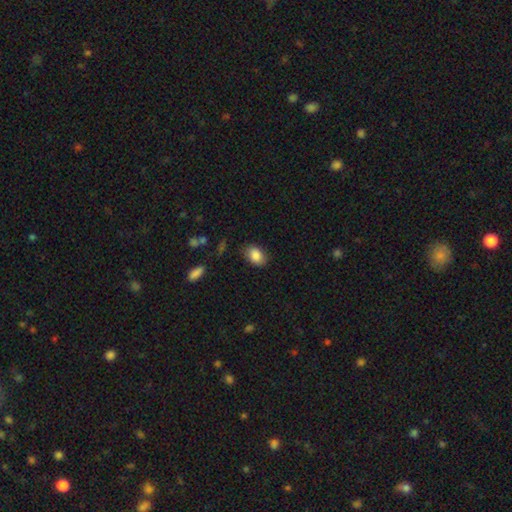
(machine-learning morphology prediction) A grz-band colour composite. It shows a smooth galaxy with no disk features (86%) that is in between round and cigar-shaped (82%). Merging: none (81%).